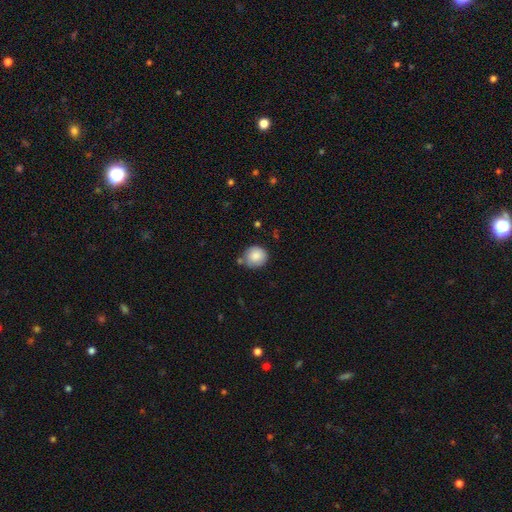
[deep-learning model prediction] This is clearly a smooth galaxy (86%). How rounded: clearly round (87%). Merging: likely none (68%).